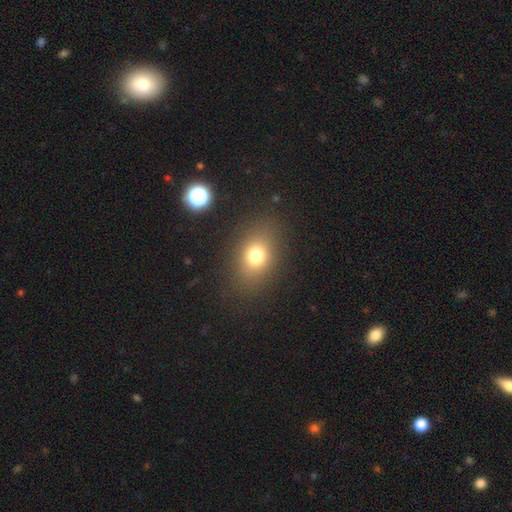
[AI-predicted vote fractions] Smooth or featured? smooth (74%)
How rounded? in between (62%)
Merging? none (83%)